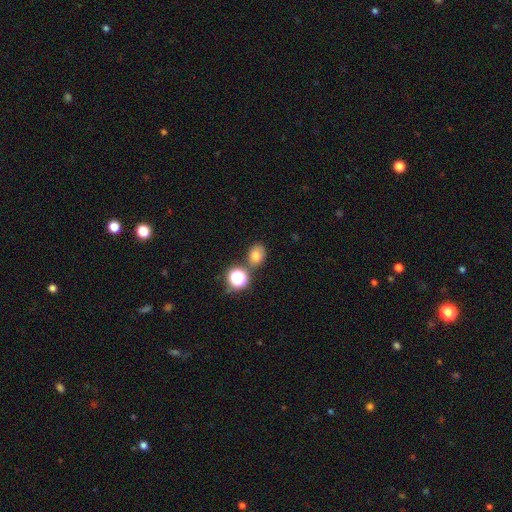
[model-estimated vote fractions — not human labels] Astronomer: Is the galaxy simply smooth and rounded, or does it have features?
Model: smooth — 71%.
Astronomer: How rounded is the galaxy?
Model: in between — 58% (runner-up: round, 41%).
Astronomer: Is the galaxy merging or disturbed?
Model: none — 67%.